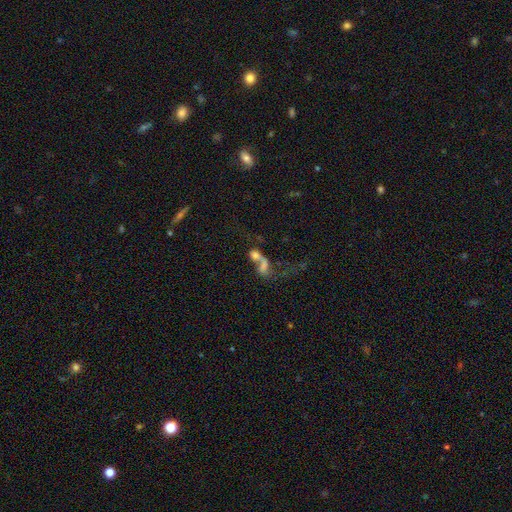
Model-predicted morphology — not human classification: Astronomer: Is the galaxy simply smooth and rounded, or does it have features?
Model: smooth — 56%.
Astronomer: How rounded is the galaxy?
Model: in between — 57% (runner-up: round, 35%).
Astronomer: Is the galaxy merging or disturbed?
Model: merger — 68%.